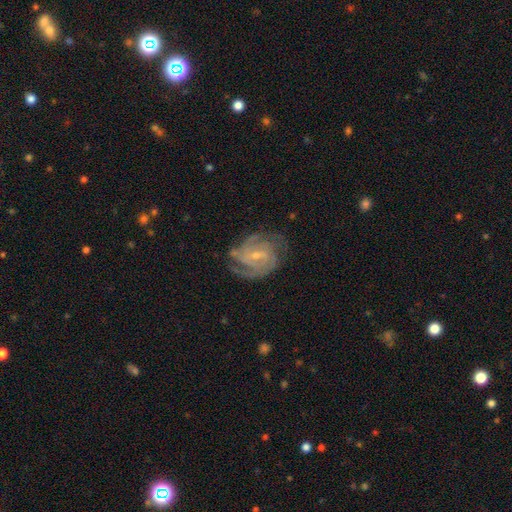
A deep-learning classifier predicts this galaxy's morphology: Smooth or featured: featured or disk — 88% (smooth — 7%)
Edge-on disk: no — 98% (yes — 2%)
Bar: weak — 52% (no — 31%)
Spiral arms: yes — 97% (no — 3%)
Spiral winding: tight — 56% (medium — 37%)
Spiral arm count: 3 — 29% (tied with 2 — 29%)
Bulge size: small — 68% (moderate — 28%)
Merging: none — 72% (minor disturbance — 18%)